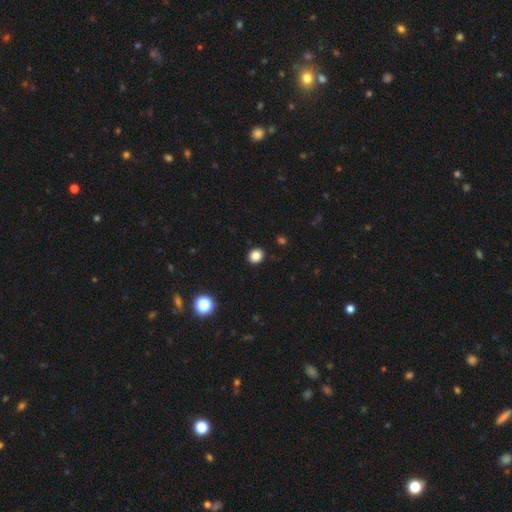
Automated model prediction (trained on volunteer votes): Overall: smooth (86%). How rounded: round (68%; in between 31%). Merging: none (91%).